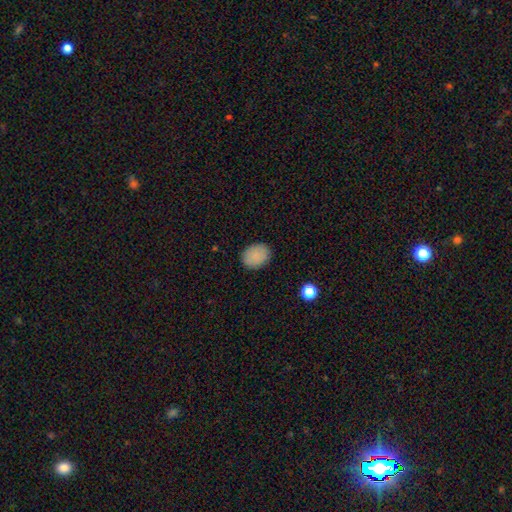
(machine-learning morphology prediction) Q: Smooth or featured?
A: smooth (88%); runner-up: star or artifact (8%)
Q: How rounded?
A: in between (59%); runner-up: round (40%)
Q: Merging?
A: none (88%); runner-up: minor disturbance (9%)